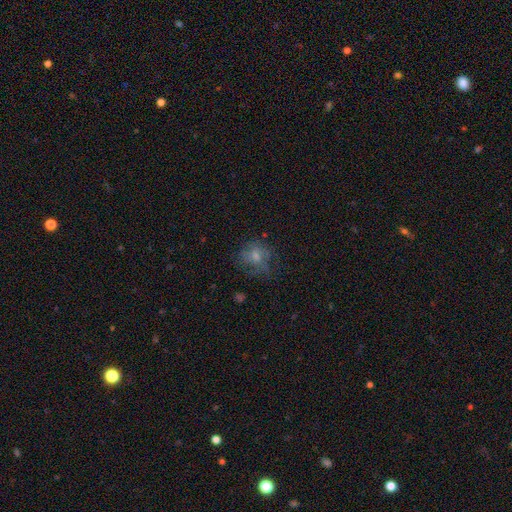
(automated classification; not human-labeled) A smooth galaxy with no disk features (45%).

Vote fractions:
- Smooth or featured? smooth: 45% / featured or disk: 35% / star or artifact: 20%
- Merging? none: 65% / minor disturbance: 20% / major disturbance: 13% / merger: 1%